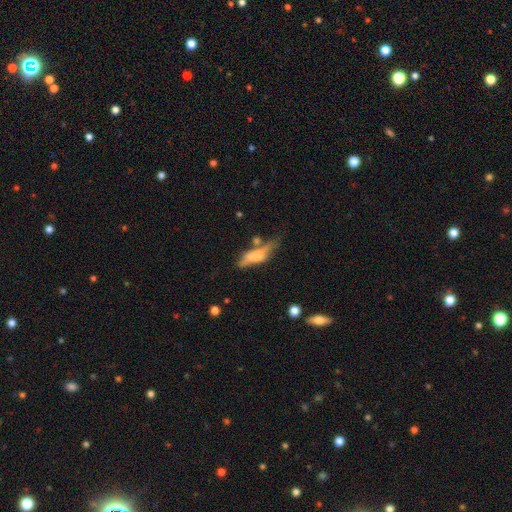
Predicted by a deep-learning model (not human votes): The model was most divided on "how rounded": in between: 50%, cigar-shaped: 47%, round: 3%. Remaining: smooth or featured — smooth (58%); merging — none (34%).